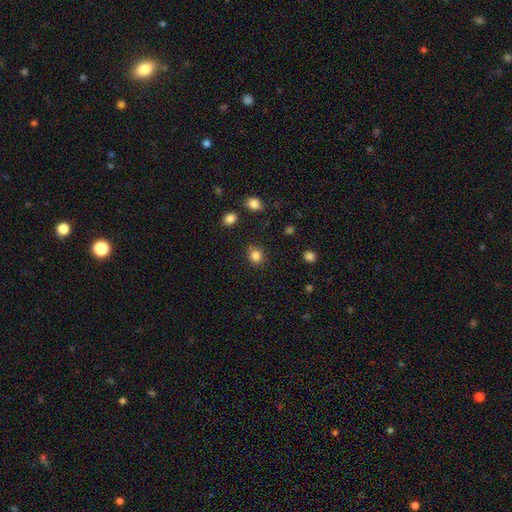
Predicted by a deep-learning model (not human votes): smooth 84%, star or artifact 12%, featured or disk 5%. Down the decision tree: how rounded — round (80%); merging — none (82%).